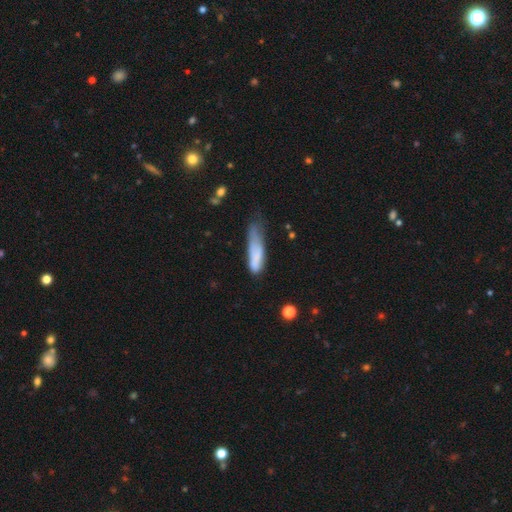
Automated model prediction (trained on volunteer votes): Smooth or featured? smooth (73%)
How rounded? cigar-shaped (67%)
Merging? minor disturbance (41%)